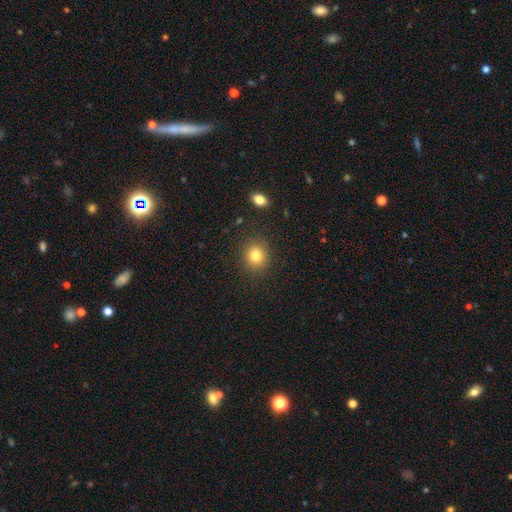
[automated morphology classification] Smooth or featured: smooth — 80% (star or artifact — 12%)
How rounded: round — 83% (in between — 16%)
Merging: none — 89% (minor disturbance — 7%)